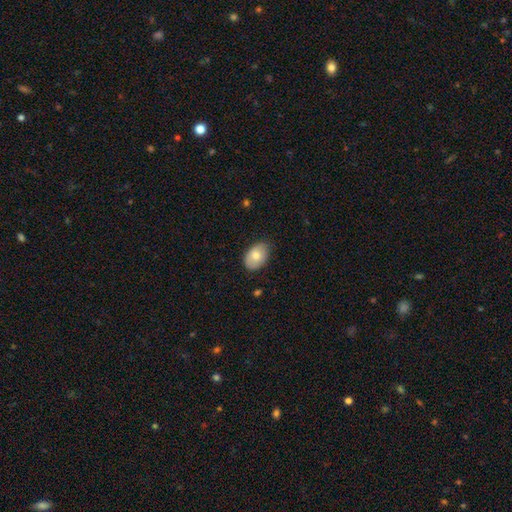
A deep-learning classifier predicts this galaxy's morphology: Smooth or featured?
  - smooth: 78% *
  - featured or disk: 15%
  - star or artifact: 7%
How rounded?
  - in between: 86% *
  - round: 13%
  - cigar-shaped: 1%
Merging?
  - none: 76% *
  - minor disturbance: 20%
  - major disturbance: 3%
  - merger: 1%